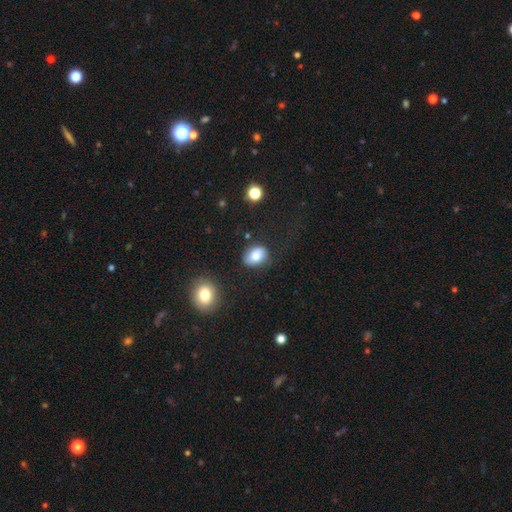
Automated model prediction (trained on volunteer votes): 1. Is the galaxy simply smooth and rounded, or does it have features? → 72% smooth, 19% featured or disk, 9% star or artifact.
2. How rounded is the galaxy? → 68% in between, 31% round, 1% cigar-shaped.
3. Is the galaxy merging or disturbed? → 72% none, 19% minor disturbance, 6% major disturbance, 3% merger.